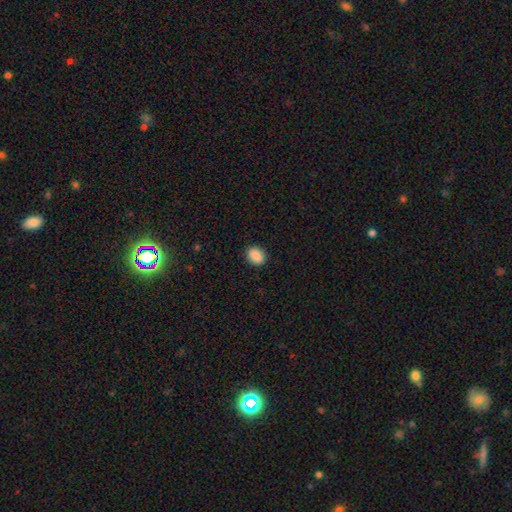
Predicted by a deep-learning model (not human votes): A smooth galaxy with no disk features (89%) that is in between round and cigar-shaped (59%).

Vote fractions:
- Smooth or featured? smooth: 89% / star or artifact: 8% / featured or disk: 3%
- How rounded? in between: 59% / round: 40% / cigar-shaped: 1%
- Merging? none: 89% / minor disturbance: 8% / major disturbance: 2% / merger: 1%